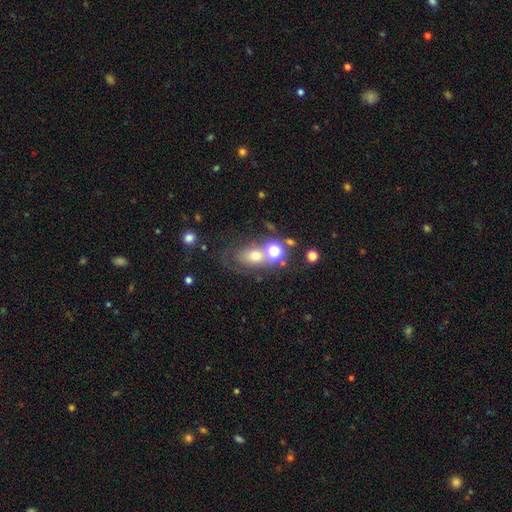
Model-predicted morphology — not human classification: smooth 59%, star or artifact 21%, featured or disk 20%. Down the decision tree: how rounded — in between (59%); merging — none (44%).